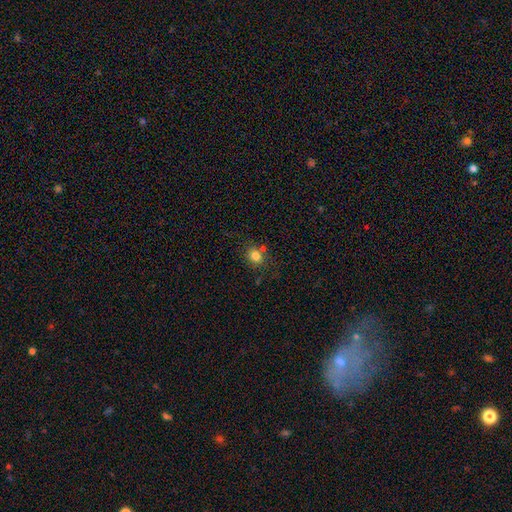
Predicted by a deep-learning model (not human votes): Smooth or featured? Predicted: smooth (p=0.80). How rounded? Predicted: round (p=0.70). Merging? Predicted: none (p=0.67).